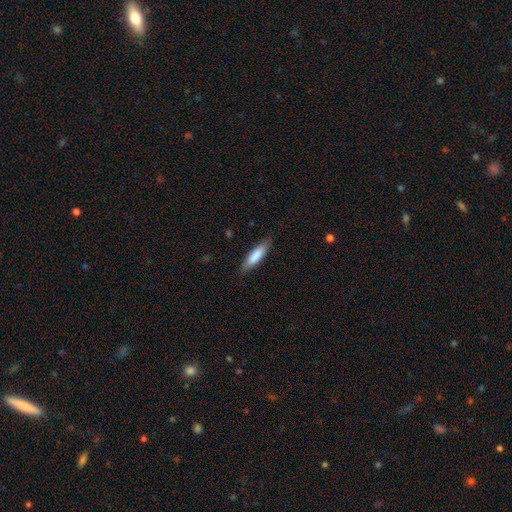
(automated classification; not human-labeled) A smooth galaxy with no disk features (81%) that is cigar-shaped (66%). Merging: none (83%).